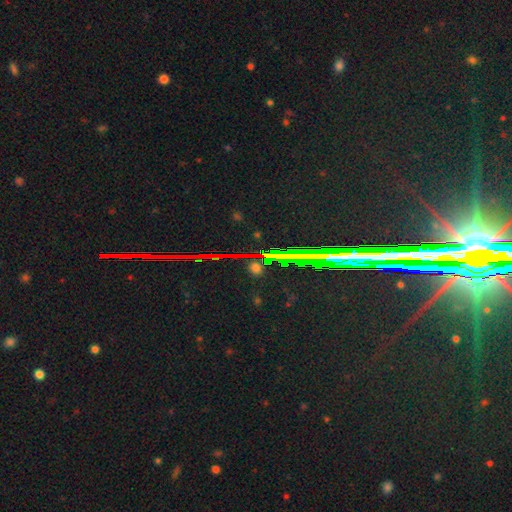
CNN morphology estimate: smooth_or_featured: star or artifact (p=0.80) [alt: featured or disk p=0.12]